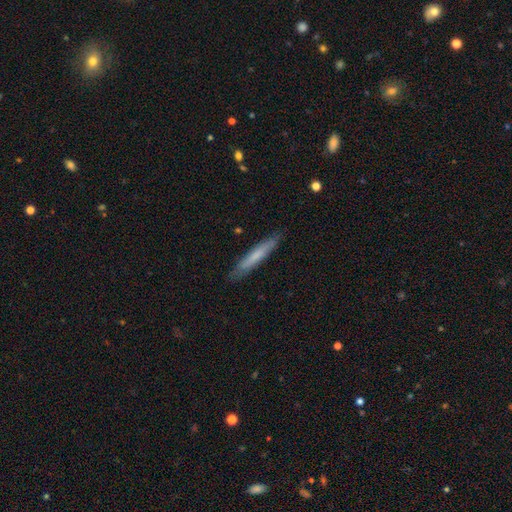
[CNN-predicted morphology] smooth_or_featured: smooth (p=0.65) [alt: featured or disk p=0.29]
how_rounded: cigar-shaped (p=0.95) [alt: in between p=0.04]
merging: none (p=0.87) [alt: minor disturbance p=0.10]